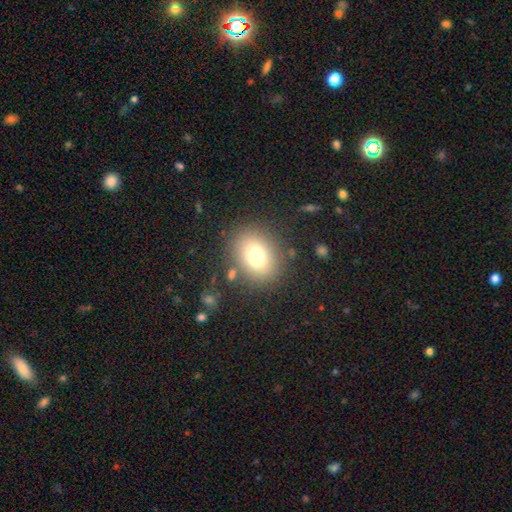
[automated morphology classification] A smooth galaxy with no disk features (75%) that is in between round and cigar-shaped (50%).

Vote fractions:
- Smooth or featured? smooth: 75% / star or artifact: 13% / featured or disk: 12%
- How rounded? in between: 50% / round: 49% / cigar-shaped: 1%
- Merging? none: 82% / minor disturbance: 10% / major disturbance: 5% / merger: 4%